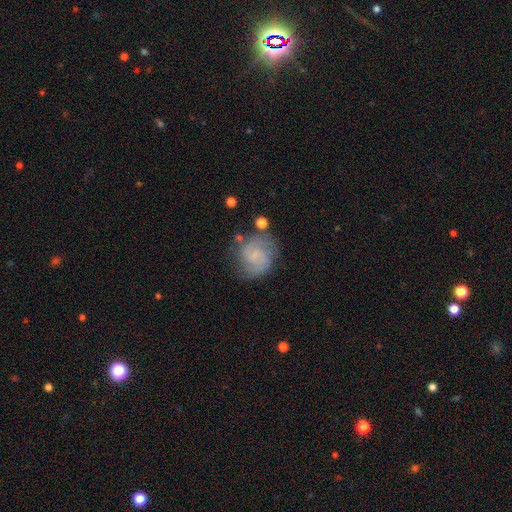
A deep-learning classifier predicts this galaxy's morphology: featured or disk 63%, smooth 28%, star or artifact 9%. Down the decision tree: edge-on disk — no (98%); bar — no (55%); spiral arms — yes (90%); spiral arm count — 2 (64%); spiral winding — medium (43%); bulge size — none (50%); merging — none (67%).